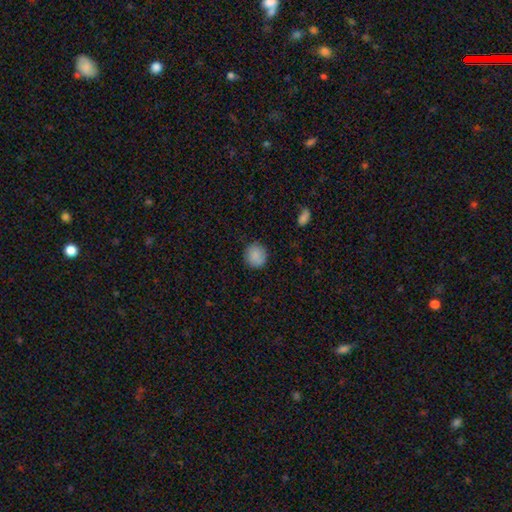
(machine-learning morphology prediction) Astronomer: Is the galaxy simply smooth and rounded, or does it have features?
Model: smooth — 88%.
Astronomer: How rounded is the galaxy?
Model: round — 89%.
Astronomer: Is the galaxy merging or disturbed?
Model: none — 87%.